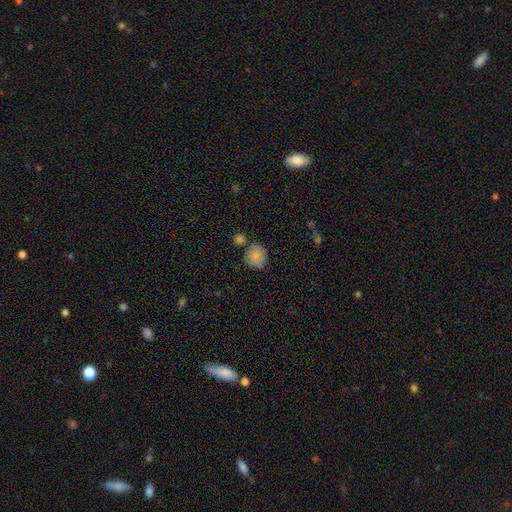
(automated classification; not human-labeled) smooth 83%, star or artifact 9%, featured or disk 8%. Down the decision tree: how rounded — round (74%); merging — none (61%).